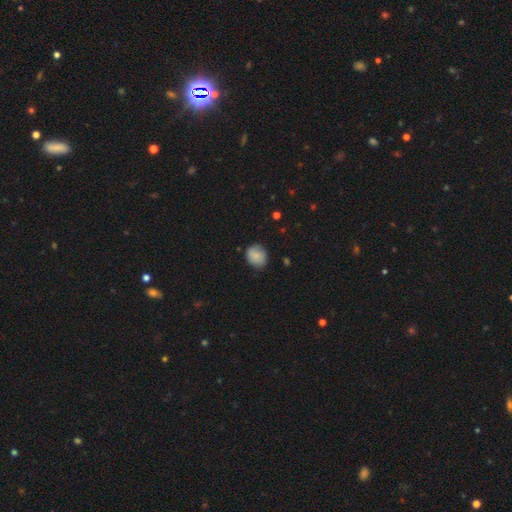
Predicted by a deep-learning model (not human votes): A smooth galaxy with no disk features (78%) that is round (67%).

Vote fractions:
- Smooth or featured? smooth: 78% / featured or disk: 14% / star or artifact: 8%
- How rounded? round: 67% / in between: 32% / cigar-shaped: 1%
- Merging? none: 76% / minor disturbance: 19% / major disturbance: 4% / merger: 1%